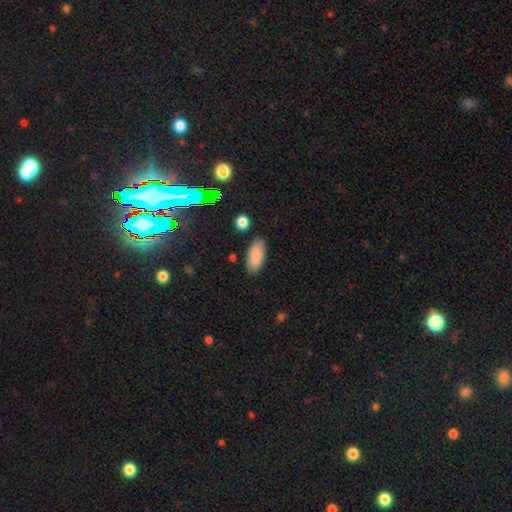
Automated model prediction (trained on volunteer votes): This is clearly a smooth galaxy (86%). How rounded: clearly in between (87%). Merging: clearly none (84%).